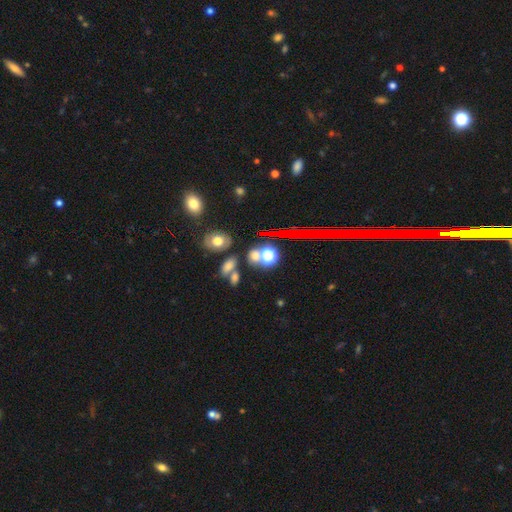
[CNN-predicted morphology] smooth_or_featured: smooth (p=0.56) [alt: star or artifact p=0.31]
how_rounded: round (p=0.58) [alt: in between p=0.37]
merging: none (p=0.56) [alt: merger p=0.25]